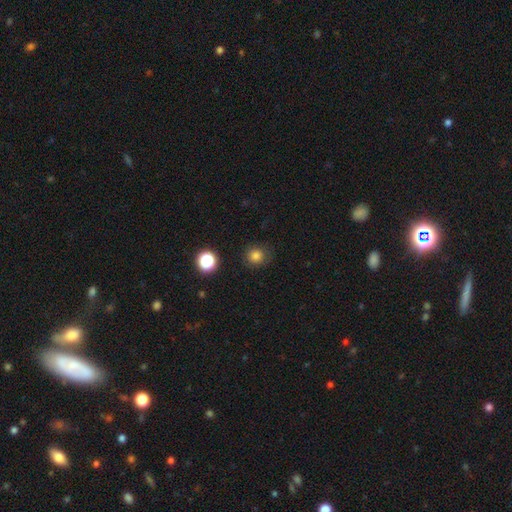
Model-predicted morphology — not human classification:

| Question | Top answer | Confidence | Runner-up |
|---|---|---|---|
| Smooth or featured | smooth | 79% | star or artifact (15%) |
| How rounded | round | 90% | in between (9%) |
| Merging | none | 83% | minor disturbance (11%) |